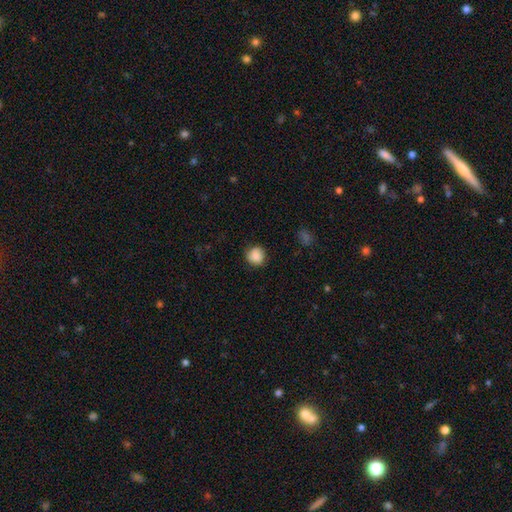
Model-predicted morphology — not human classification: Smooth or featured? smooth (86%)
How rounded? round (89%)
Merging? none (83%)